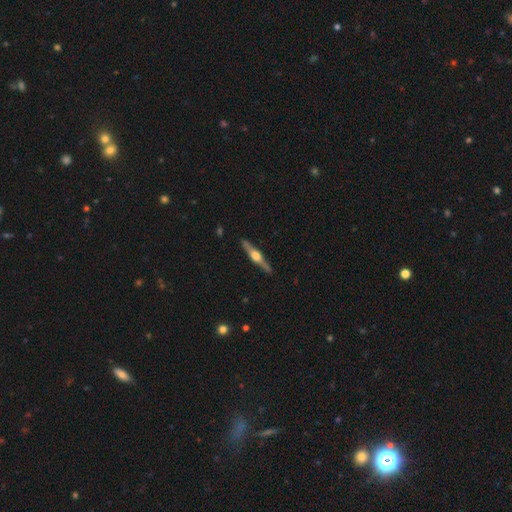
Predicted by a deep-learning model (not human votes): Q: Smooth or featured?
A: featured or disk (75%); runner-up: smooth (20%)
Q: Edge-on disk?
A: yes (98%); runner-up: no (2%)
Q: Edge-on bulge?
A: rounded (93%); runner-up: boxy (5%)
Q: Merging?
A: none (90%); runner-up: minor disturbance (7%)